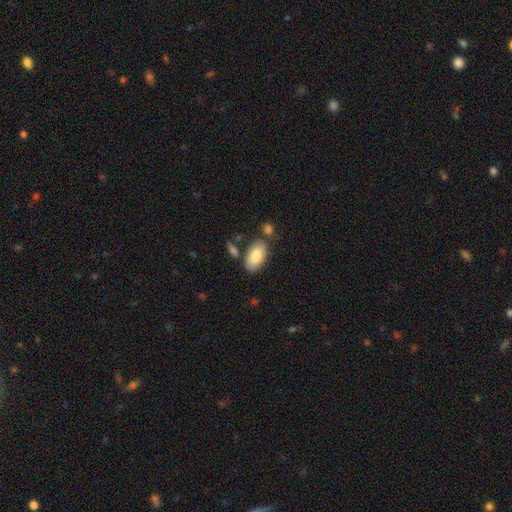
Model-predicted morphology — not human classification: Smooth or featured? smooth (82%)
How rounded? in between (95%)
Merging? none (72%)